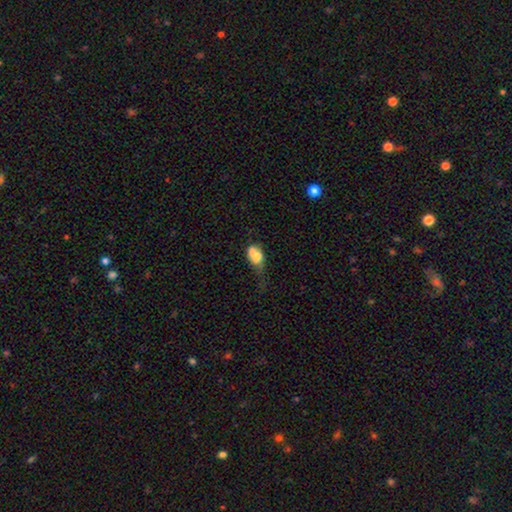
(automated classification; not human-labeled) smooth 66%, featured or disk 24%, star or artifact 10%. Down the decision tree: how rounded — in between (75%); merging — merger (41%).